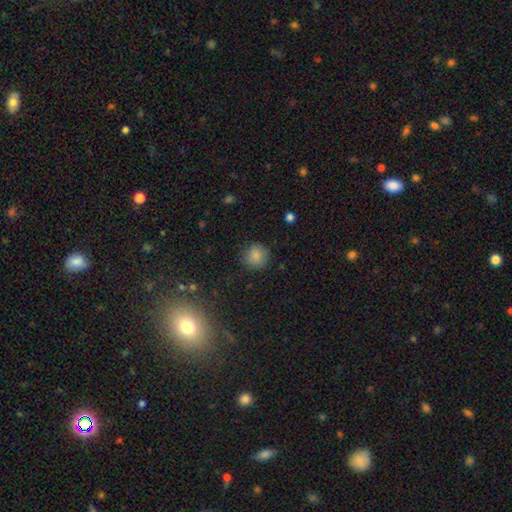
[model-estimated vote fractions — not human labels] smooth-or-featured: smooth: 85% | star or artifact: 10% | featured or disk: 5%
  how-rounded: round: 92% | in between: 7% | cigar-shaped: 1%
  merging: none: 86% | minor disturbance: 10% | major disturbance: 3% | merger: 1%